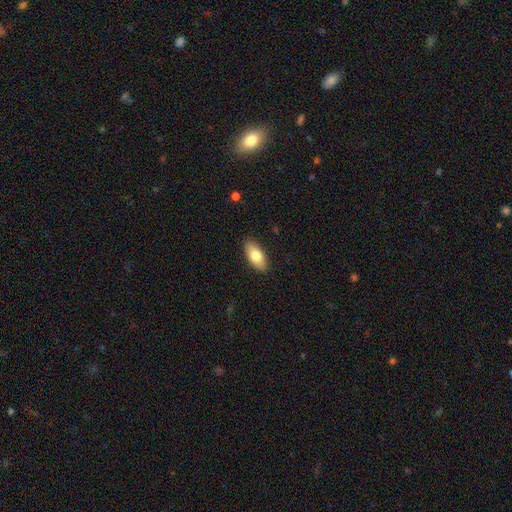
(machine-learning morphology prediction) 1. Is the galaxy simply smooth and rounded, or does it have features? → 77% smooth, 17% featured or disk, 6% star or artifact.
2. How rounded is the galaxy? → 88% in between, 9% cigar-shaped, 3% round.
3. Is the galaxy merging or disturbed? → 89% none, 8% minor disturbance, 2% major disturbance, 1% merger.